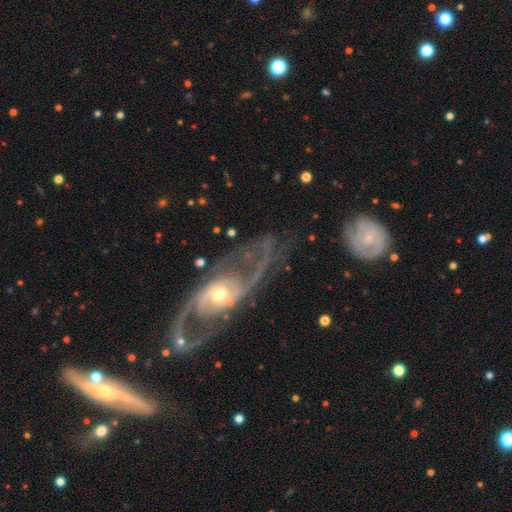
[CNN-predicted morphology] This is clearly a featured or disk galaxy (88%). It is clearly not viewed edge-on (93%). Bar: possibly no (60%). Spiral arm pattern: clearly yes (95%). Spiral arm count: clearly 2 (85%). Spiral winding: marginally medium (42%). Central bulge: possibly moderate (48%). Merging: possibly none (59%).